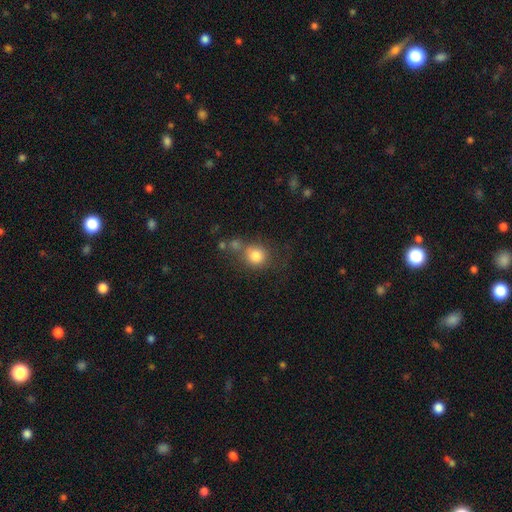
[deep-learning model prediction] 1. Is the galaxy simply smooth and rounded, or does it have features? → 80% smooth, 11% star or artifact, 9% featured or disk.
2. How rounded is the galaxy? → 86% round, 13% in between, 1% cigar-shaped.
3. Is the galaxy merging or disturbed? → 56% none, 21% merger, 15% minor disturbance, 8% major disturbance.